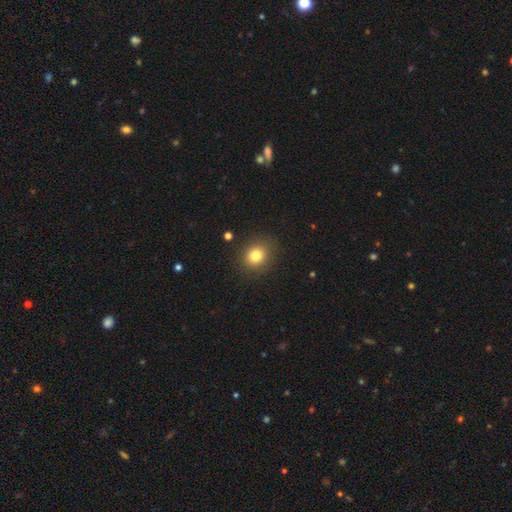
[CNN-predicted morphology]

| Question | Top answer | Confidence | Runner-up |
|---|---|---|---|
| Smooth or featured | smooth | 80% | star or artifact (12%) |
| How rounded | round | 75% | in between (25%) |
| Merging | none | 87% | minor disturbance (8%) |